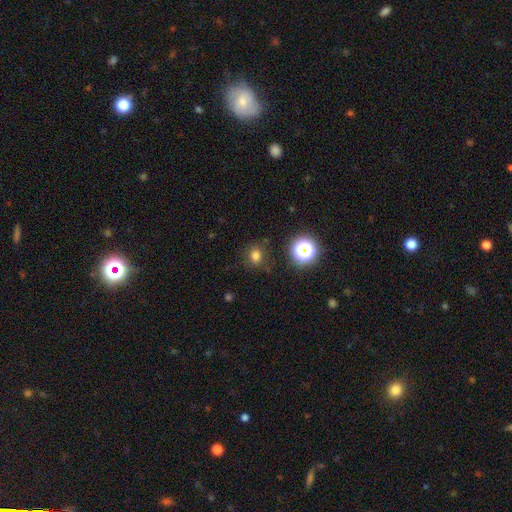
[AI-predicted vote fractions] Overall: smooth (74%). How rounded: round (63%; in between 36%). Merging: none (80%).